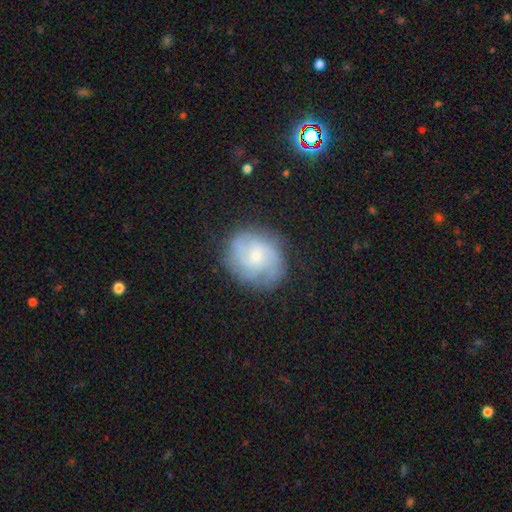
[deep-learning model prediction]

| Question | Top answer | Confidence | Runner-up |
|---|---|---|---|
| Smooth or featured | featured or disk | 68% | smooth (25%) |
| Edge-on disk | no | 98% | yes (2%) |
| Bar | no | 64% | weak (32%) |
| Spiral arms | yes | 92% | no (8%) |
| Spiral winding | medium | 43% | tight (41%) |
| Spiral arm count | can't tell | 29% | 3 (27%) |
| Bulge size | small | 60% | moderate (32%) |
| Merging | none | 76% | minor disturbance (16%) |